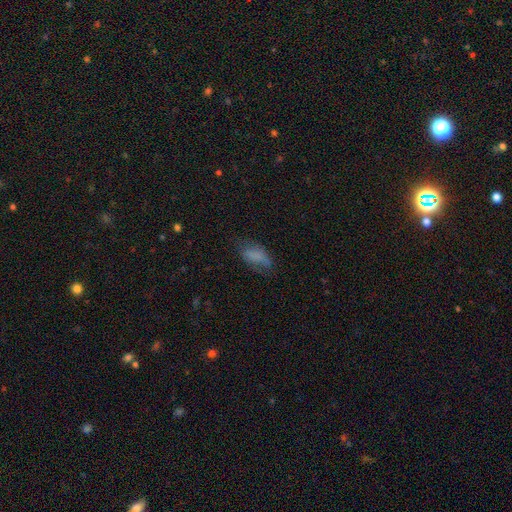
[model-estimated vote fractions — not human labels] Overall: smooth (71%). How rounded: in between (87%). Merging: none (48%; minor disturbance 30%).